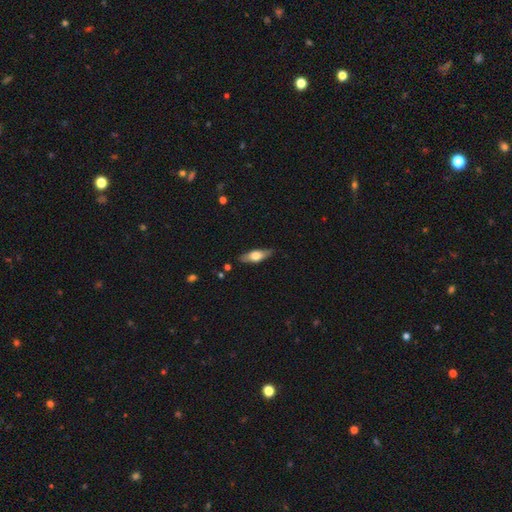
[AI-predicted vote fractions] A smooth galaxy with no disk features (54%) that is in between round and cigar-shaped (57%). Merging: none (84%).